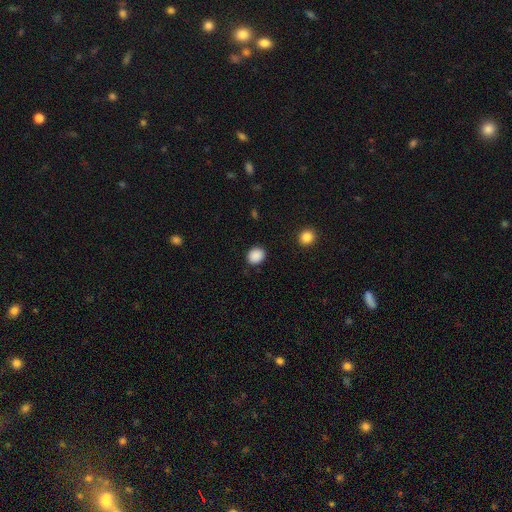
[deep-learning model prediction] Morphology: type=smooth (89%); roundness=round (71%); merging=none (88%).